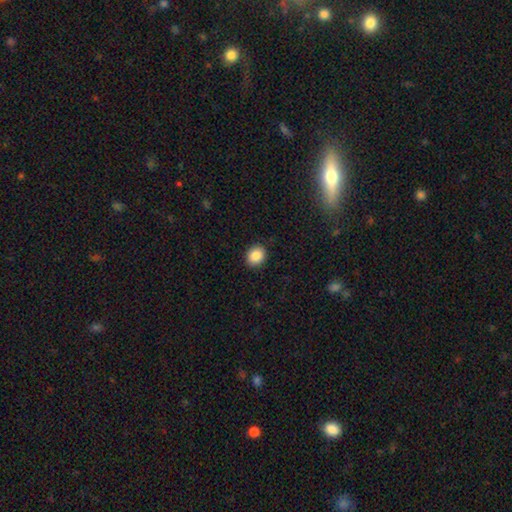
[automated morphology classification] Smooth or featured?
  - smooth: 87% *
  - star or artifact: 9%
  - featured or disk: 5%
How rounded?
  - round: 61% *
  - in between: 38%
  - cigar-shaped: 1%
Merging?
  - none: 91% *
  - minor disturbance: 6%
  - major disturbance: 2%
  - merger: 1%